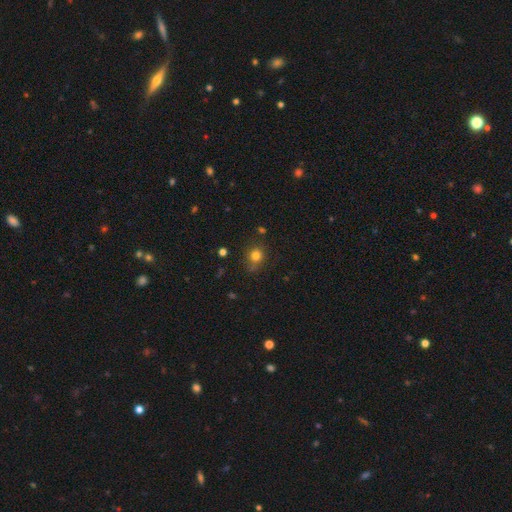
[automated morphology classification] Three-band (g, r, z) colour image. It shows a smooth galaxy with no disk features (79%) that is round (74%). Merging: none (70%).